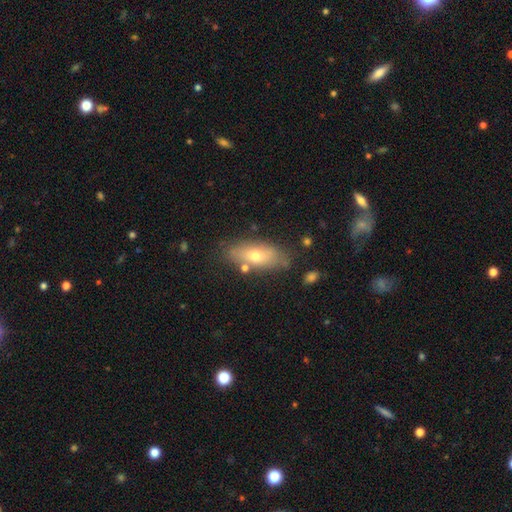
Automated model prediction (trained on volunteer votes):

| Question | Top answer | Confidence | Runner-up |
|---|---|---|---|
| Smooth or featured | smooth | 62% | featured or disk (31%) |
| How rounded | in between | 77% | cigar-shaped (19%) |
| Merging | none | 76% | minor disturbance (15%) |